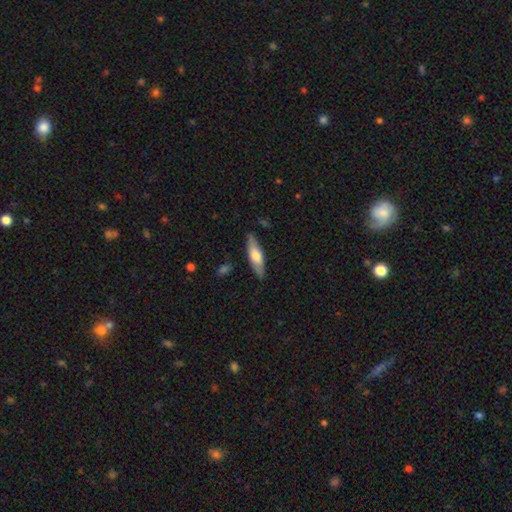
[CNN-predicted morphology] Smooth or featured: smooth — 59% (featured or disk — 35%)
How rounded: cigar-shaped — 59% (in between — 39%)
Merging: none — 86% (minor disturbance — 10%)